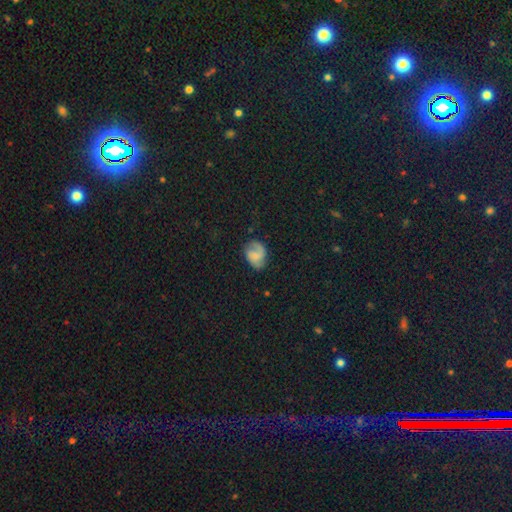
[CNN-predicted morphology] Q: Smooth or featured?
A: featured or disk (52%); runner-up: smooth (38%)
Q: Edge-on disk?
A: no (97%); runner-up: yes (3%)
Q: Bar?
A: no (58%); runner-up: weak (35%)
Q: Spiral arms?
A: yes (89%); runner-up: no (11%)
Q: Bulge size?
A: small (47%); runner-up: moderate (27%)
Q: Merging?
A: none (65%); runner-up: minor disturbance (24%)